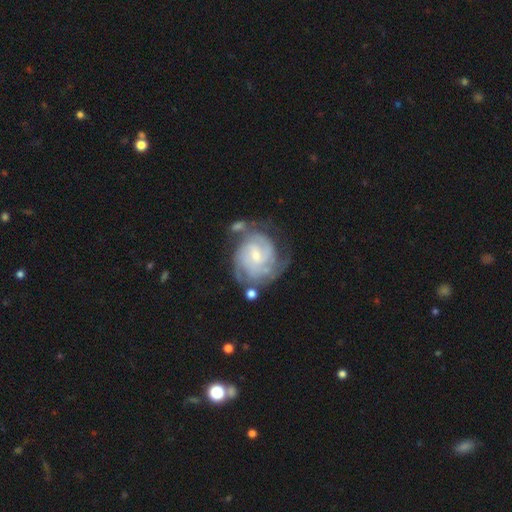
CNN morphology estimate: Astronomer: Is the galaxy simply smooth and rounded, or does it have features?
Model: featured or disk — 85%.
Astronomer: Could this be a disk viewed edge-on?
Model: no — 98%.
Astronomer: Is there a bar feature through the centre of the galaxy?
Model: no — 47% (runner-up: weak, 44%).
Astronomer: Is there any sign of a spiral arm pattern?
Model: yes — 96%.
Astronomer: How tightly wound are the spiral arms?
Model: tight — 69%.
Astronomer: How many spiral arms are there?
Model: can't tell — 30% (runner-up: 3, 25%).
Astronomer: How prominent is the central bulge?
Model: small — 59% (runner-up: moderate, 35%).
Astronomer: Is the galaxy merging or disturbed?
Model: none — 55%.